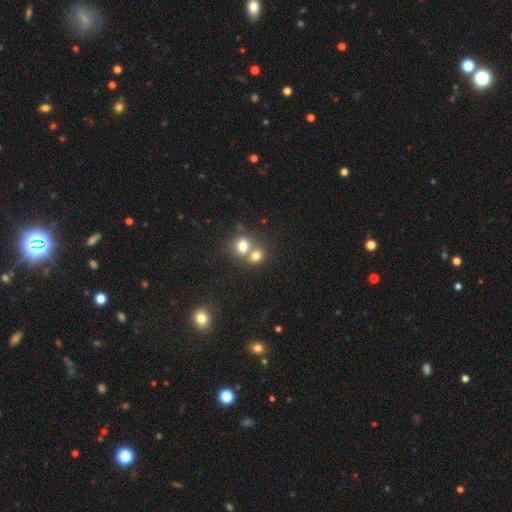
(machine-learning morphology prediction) Smooth or featured?
  - smooth: 75% *
  - star or artifact: 13%
  - featured or disk: 12%
How rounded?
  - round: 62% *
  - in between: 37%
  - cigar-shaped: 1%
Merging?
  - merger: 59% *
  - none: 32%
  - minor disturbance: 6%
  - major disturbance: 3%